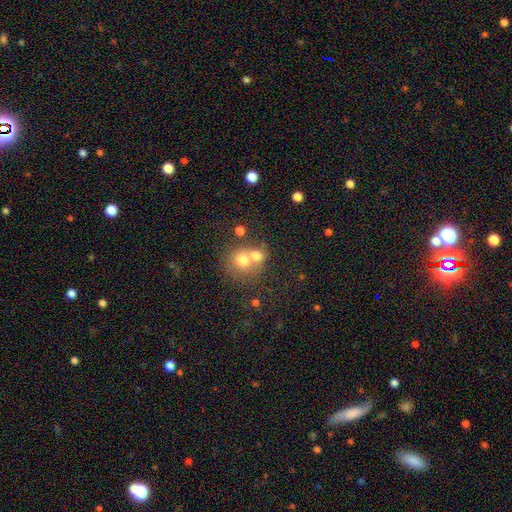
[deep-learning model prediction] smooth_or_featured: smooth (p=0.69) [alt: featured or disk p=0.18]
how_rounded: round (p=0.76) [alt: in between p=0.23]
merging: merger (p=0.58) [alt: none p=0.32]